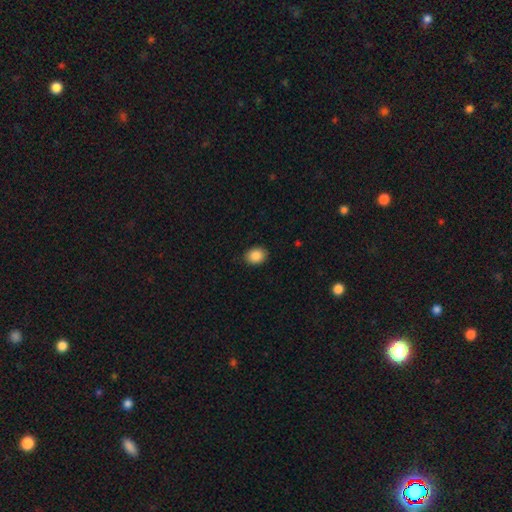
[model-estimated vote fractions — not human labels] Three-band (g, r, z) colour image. It shows a smooth galaxy with no disk features (87%) that is in between round and cigar-shaped (60%). Merging: none (87%).